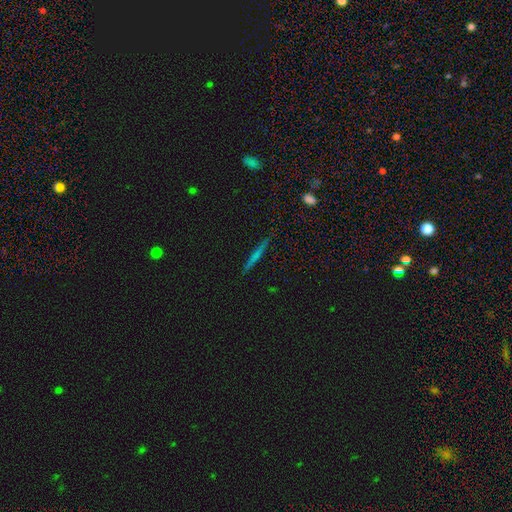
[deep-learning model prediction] A featured or disk galaxy (49%).

Vote fractions:
- Smooth or featured? featured or disk: 49% / smooth: 42% / star or artifact: 9%
- Merging? none: 91% / minor disturbance: 7% / major disturbance: 1% / merger: 1%